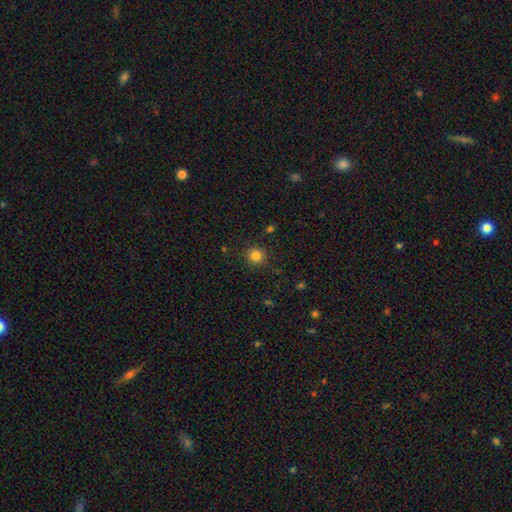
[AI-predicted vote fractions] Smooth or featured? smooth (83%)
How rounded? round (94%)
Merging? none (90%)